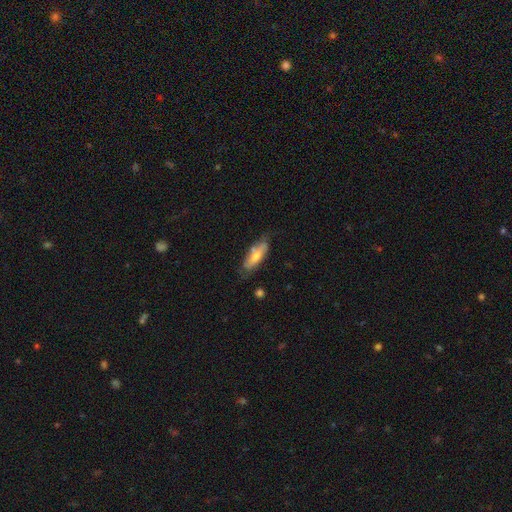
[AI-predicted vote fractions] Q: Smooth or featured?
A: smooth (57%); runner-up: featured or disk (37%)
Q: How rounded?
A: in between (58%); runner-up: cigar-shaped (40%)
Q: Merging?
A: none (61%); runner-up: minor disturbance (27%)